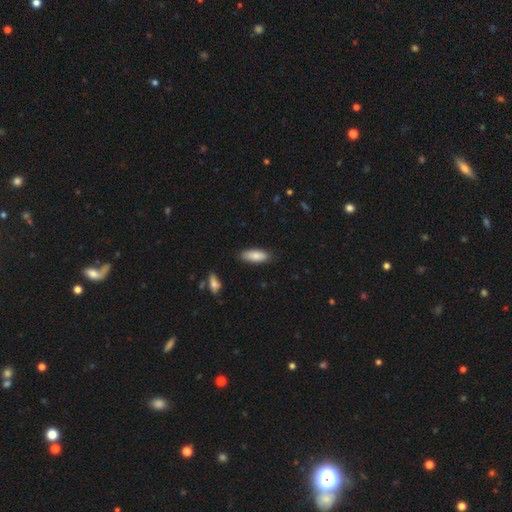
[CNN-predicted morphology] A smooth galaxy with no disk features (83%) that is in between round and cigar-shaped (78%). Merging: none (84%).